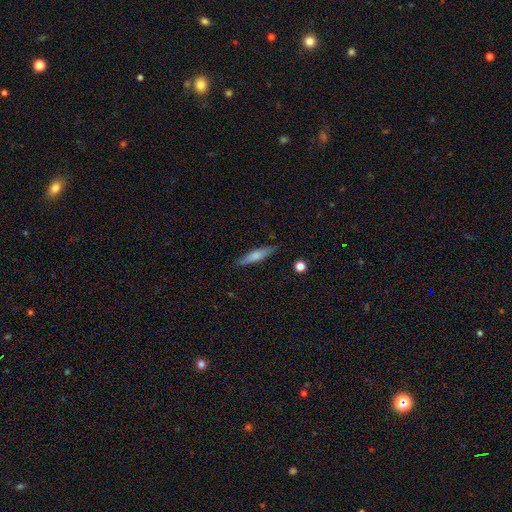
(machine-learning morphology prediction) type=smooth (63%); roundness=cigar-shaped (82%); merging=none (85%).